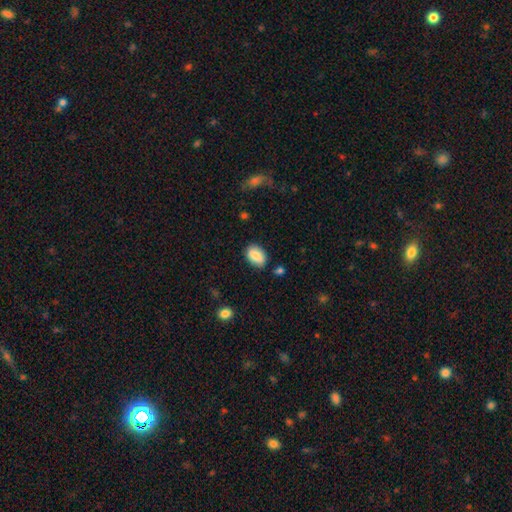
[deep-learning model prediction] Smooth or featured? smooth (84%)
How rounded? in between (88%)
Merging? none (78%)